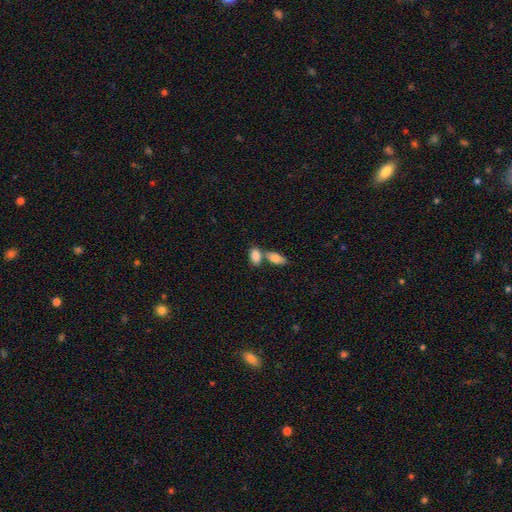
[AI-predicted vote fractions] Smooth or featured?
  - smooth: 85% *
  - featured or disk: 8%
  - star or artifact: 7%
How rounded?
  - in between: 90% *
  - round: 6%
  - cigar-shaped: 5%
Merging?
  - none: 45% *
  - merger: 42%
  - minor disturbance: 10%
  - major disturbance: 3%